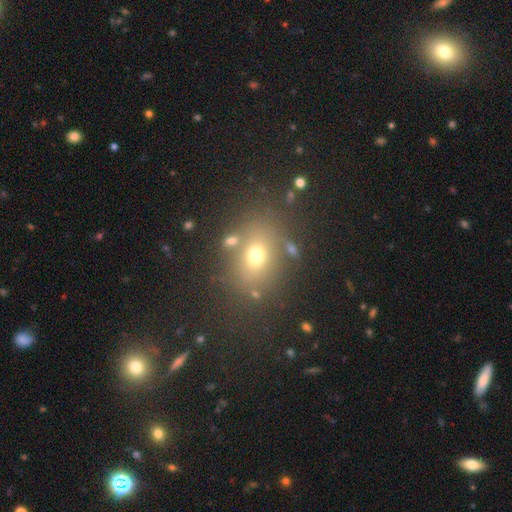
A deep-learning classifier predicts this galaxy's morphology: smooth 67%, star or artifact 19%, featured or disk 14%. Down the decision tree: how rounded — in between (60%); merging — none (76%).